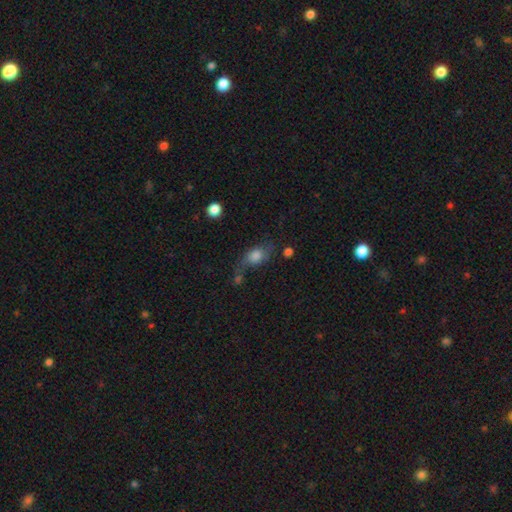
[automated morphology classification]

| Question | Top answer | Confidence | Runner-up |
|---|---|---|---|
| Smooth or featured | smooth | 68% | featured or disk (21%) |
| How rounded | in between | 71% | round (23%) |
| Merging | none | 42% | minor disturbance (25%) |